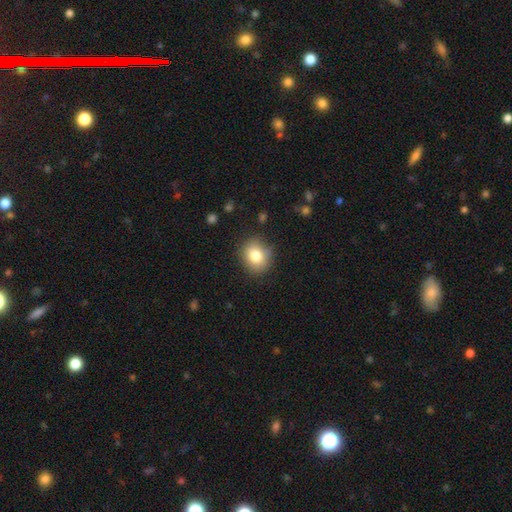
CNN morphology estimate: smooth 81%, star or artifact 10%, featured or disk 9%. Down the decision tree: how rounded — round (69%); merging — none (84%).